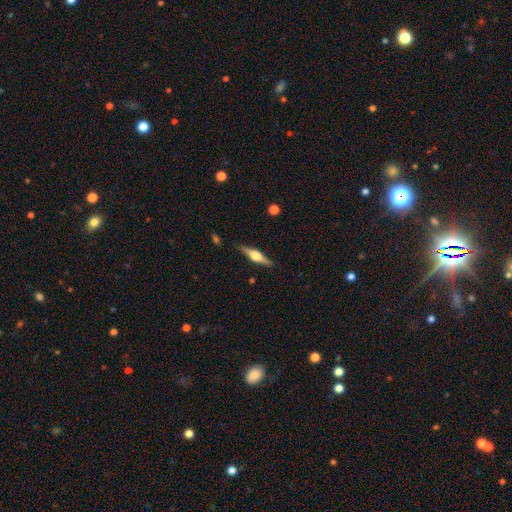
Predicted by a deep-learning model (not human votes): This appears to be a featured or disk galaxy (68%) viewed edge-on (97%) with a rounded central bulge (90%). Merging: none (88%).